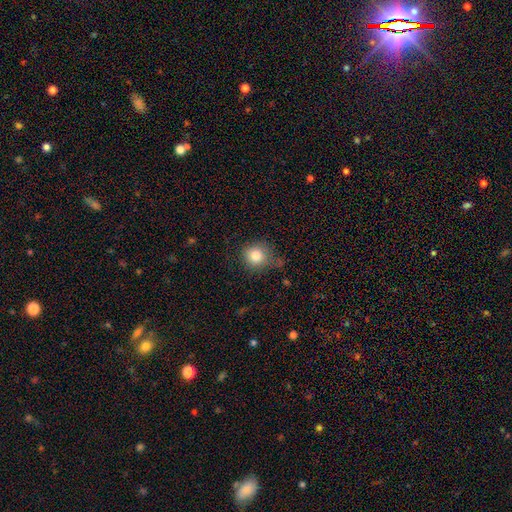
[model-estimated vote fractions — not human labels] This appears to be a smooth galaxy with no disk features (82%) that is round (90%). Merging: none (71%).